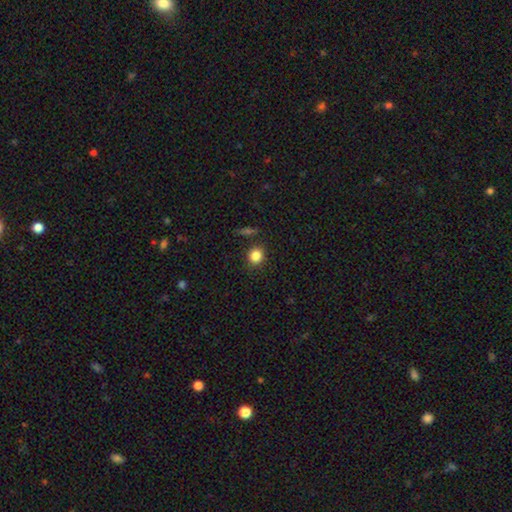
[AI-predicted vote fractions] This appears to be a smooth galaxy with no disk features (84%) that is round (81%). Merging: none (88%).